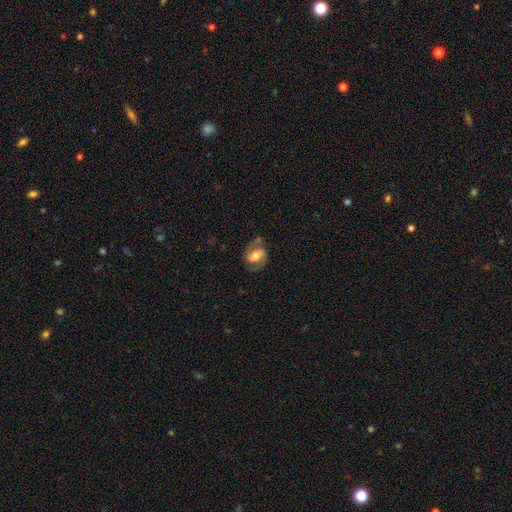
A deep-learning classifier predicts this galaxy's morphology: Smooth or featured: featured or disk — 78% (smooth — 16%)
Edge-on disk: no — 97% (yes — 3%)
Bar: weak — 40% (strong — 38%)
Spiral arms: yes — 93% (no — 7%)
Spiral winding: medium — 54% (tight — 26%)
Spiral arm count: 2 — 90% (can't tell — 4%)
Bulge size: moderate — 59% (small — 23%)
Merging: none — 73% (minor disturbance — 16%)